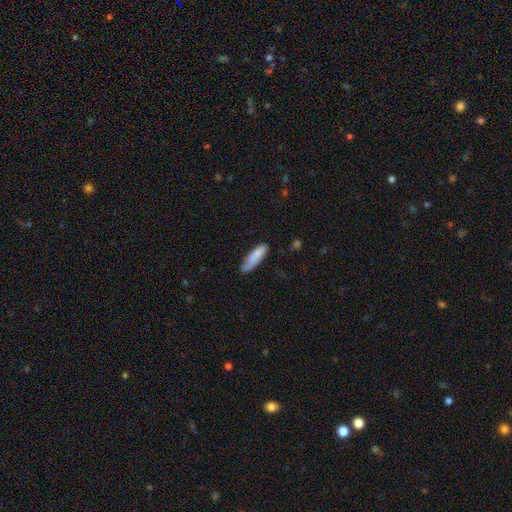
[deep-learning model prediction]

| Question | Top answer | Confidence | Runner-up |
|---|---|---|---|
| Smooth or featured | smooth | 80% | featured or disk (14%) |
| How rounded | cigar-shaped | 58% | in between (40%) |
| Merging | none | 55% | minor disturbance (32%) |